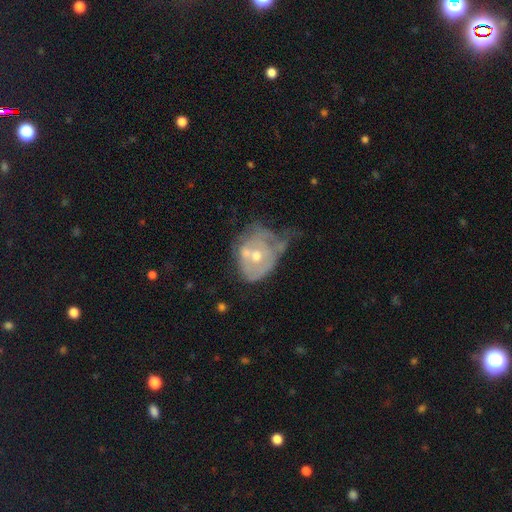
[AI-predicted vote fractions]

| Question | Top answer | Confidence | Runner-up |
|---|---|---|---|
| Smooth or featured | featured or disk | 64% | smooth (27%) |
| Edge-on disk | no | 96% | yes (4%) |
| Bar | no | 80% | weak (16%) |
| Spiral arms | no | 66% | yes (34%) |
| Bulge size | moderate | 62% | small (33%) |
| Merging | major disturbance | 31% | merger (24%) |